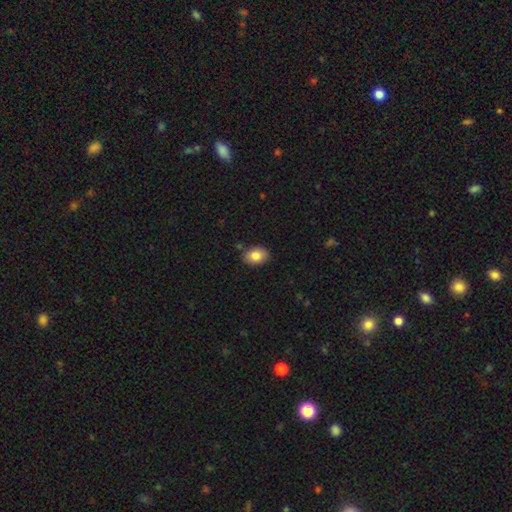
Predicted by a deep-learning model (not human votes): A smooth galaxy with no disk features (83%) that is in between round and cigar-shaped (79%).

Vote fractions:
- Smooth or featured? smooth: 83% / featured or disk: 9% / star or artifact: 8%
- How rounded? in between: 79% / round: 20% / cigar-shaped: 1%
- Merging? none: 84% / minor disturbance: 12% / merger: 2% / major disturbance: 2%